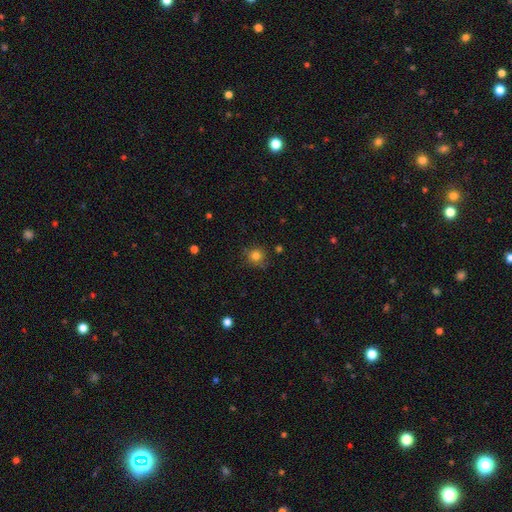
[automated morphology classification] Smooth or featured?
  - smooth: 81% *
  - star or artifact: 13%
  - featured or disk: 6%
How rounded?
  - round: 90% *
  - in between: 9%
  - cigar-shaped: 1%
Merging?
  - none: 79% *
  - minor disturbance: 14%
  - major disturbance: 4%
  - merger: 3%